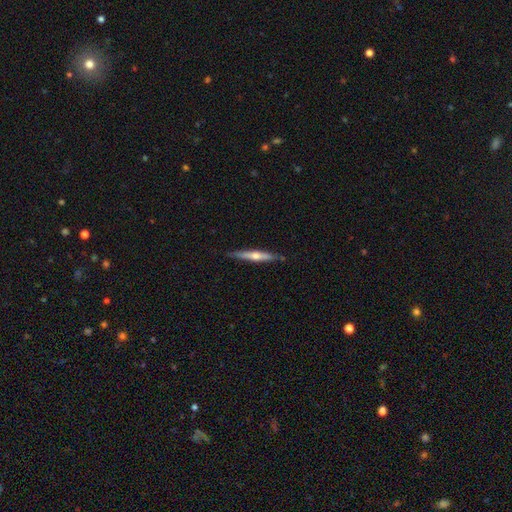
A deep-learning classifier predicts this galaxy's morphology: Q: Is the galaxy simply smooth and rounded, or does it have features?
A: featured or disk — 58%.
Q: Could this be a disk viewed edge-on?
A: yes — 95%.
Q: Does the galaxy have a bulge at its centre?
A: rounded — 85%.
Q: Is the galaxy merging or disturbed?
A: none — 85%.